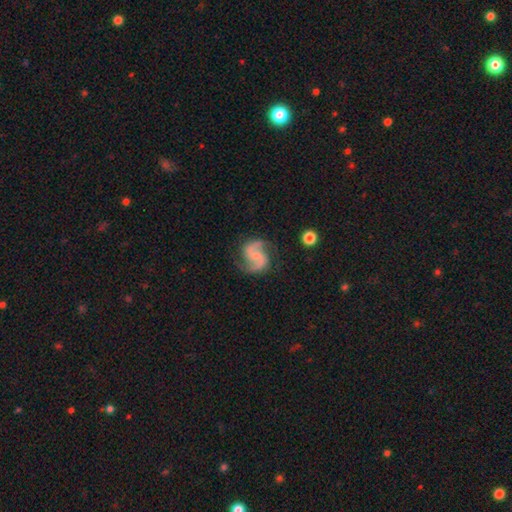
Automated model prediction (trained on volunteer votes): A featured or disk galaxy (90%) with no bar (49%), 2 (93%) medium (58%) spiral arms (98%) and a small central bulge (50%). Merging: none (79%).